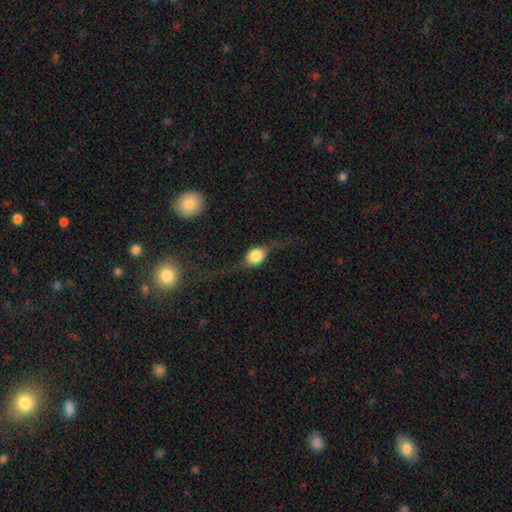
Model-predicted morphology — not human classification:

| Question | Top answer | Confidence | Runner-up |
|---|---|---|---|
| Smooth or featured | featured or disk | 49% | smooth (42%) |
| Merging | none | 56% | minor disturbance (20%) |